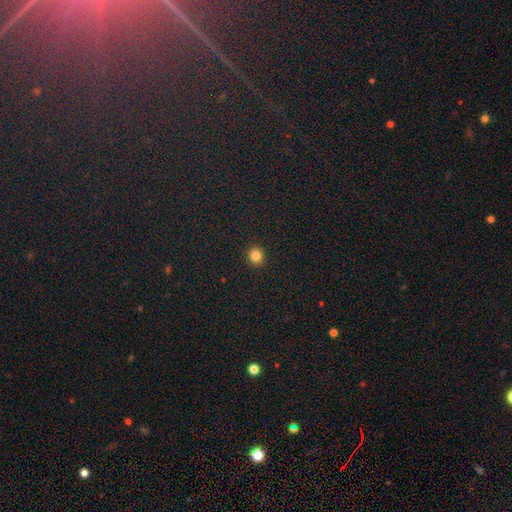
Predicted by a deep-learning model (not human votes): Q: Smooth or featured?
A: smooth (83%); runner-up: star or artifact (12%)
Q: How rounded?
A: round (92%); runner-up: in between (7%)
Q: Merging?
A: none (93%); runner-up: minor disturbance (4%)